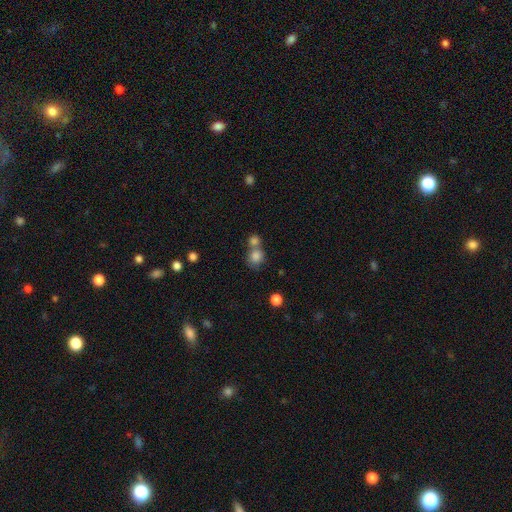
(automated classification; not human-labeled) Morphology: type=smooth (81%); roundness=round (77%); merging=merger (50%).